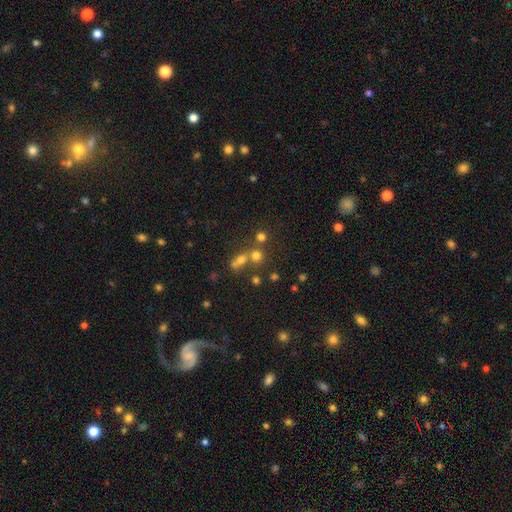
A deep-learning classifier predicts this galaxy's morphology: Smooth or featured? smooth (64%)
How rounded? round (83%)
Merging? none (50%)